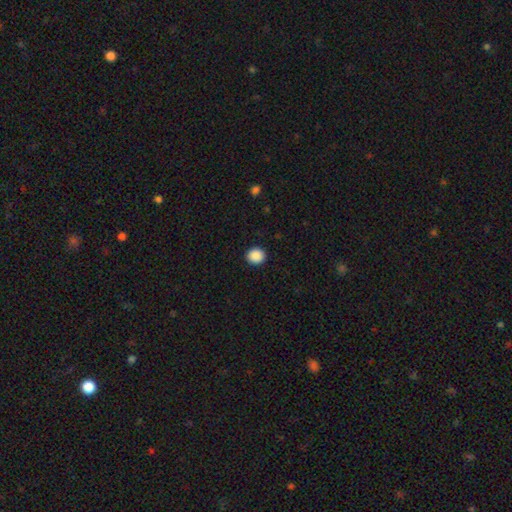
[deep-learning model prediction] Smooth or featured?
  - smooth: 89% *
  - star or artifact: 9%
  - featured or disk: 2%
How rounded?
  - round: 85% *
  - in between: 14%
  - cigar-shaped: 1%
Merging?
  - none: 92% *
  - minor disturbance: 5%
  - major disturbance: 2%
  - merger: 1%